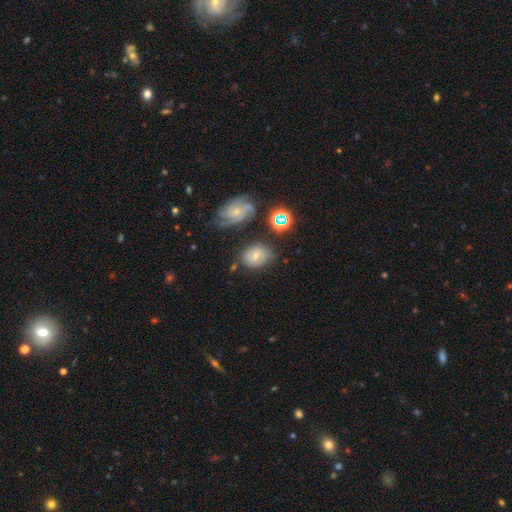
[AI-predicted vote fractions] The model was most divided on "smooth or featured": smooth: 47%, featured or disk: 38%, star or artifact: 15%. More confident: merging — none (67%).